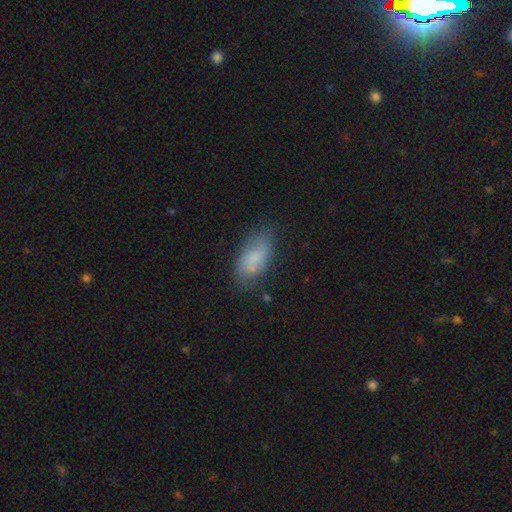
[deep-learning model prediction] This appears to be a smooth galaxy with no disk features (72%) that is in between round and cigar-shaped (89%). Merging: none (63%).